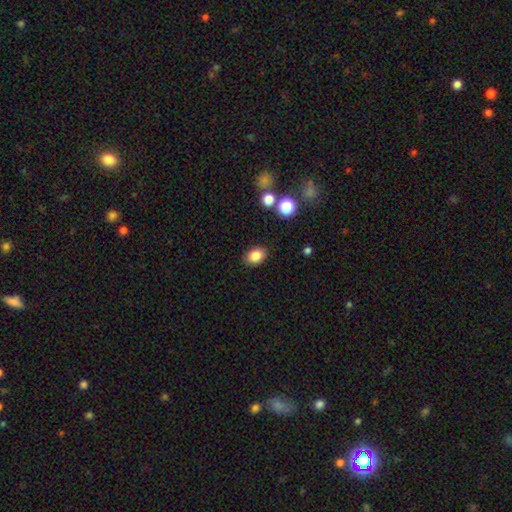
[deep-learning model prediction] Overall: smooth (85%). How rounded: in between (72%). Merging: none (86%).